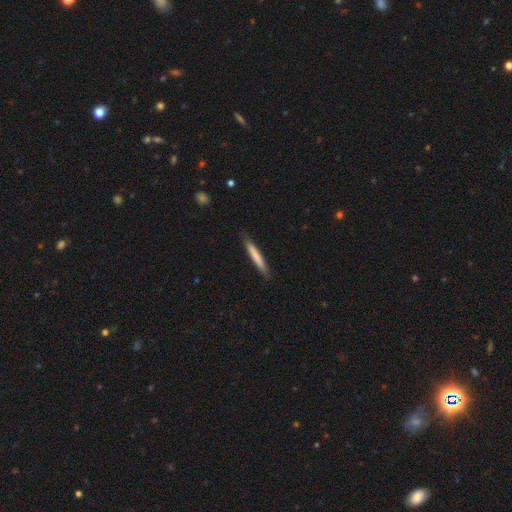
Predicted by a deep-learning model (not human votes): Smooth or featured: smooth — 75% (featured or disk — 20%)
How rounded: cigar-shaped — 95% (in between — 4%)
Merging: none — 87% (minor disturbance — 10%)